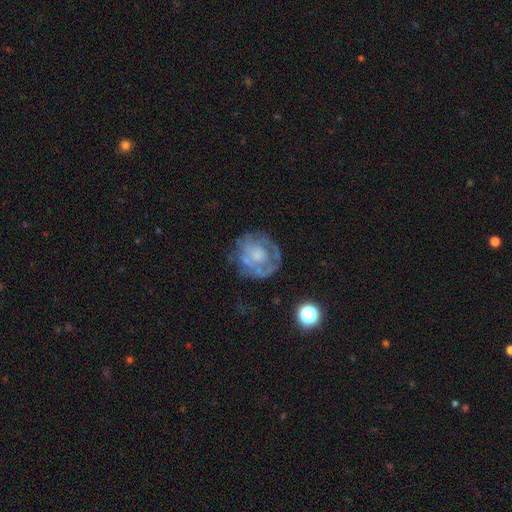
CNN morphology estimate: A featured or disk galaxy (61%) with no bar (88%), no spiral arms (61%) and a moderate central bulge (36%). Merging: none (59%).